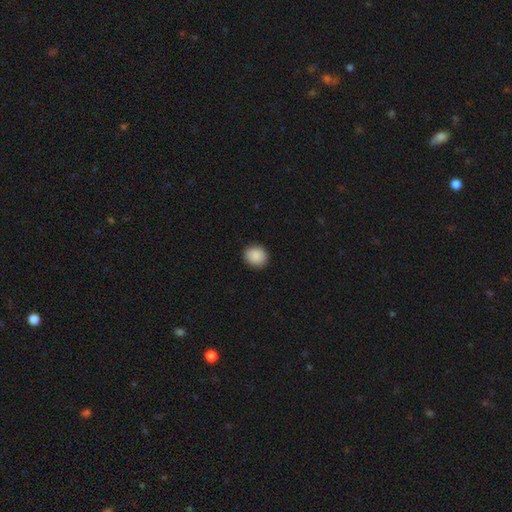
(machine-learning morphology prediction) Smooth or featured?
  - smooth: 89% *
  - star or artifact: 7%
  - featured or disk: 3%
How rounded?
  - round: 80% *
  - in between: 19%
  - cigar-shaped: 1%
Merging?
  - none: 91% *
  - minor disturbance: 7%
  - major disturbance: 2%
  - merger: 1%